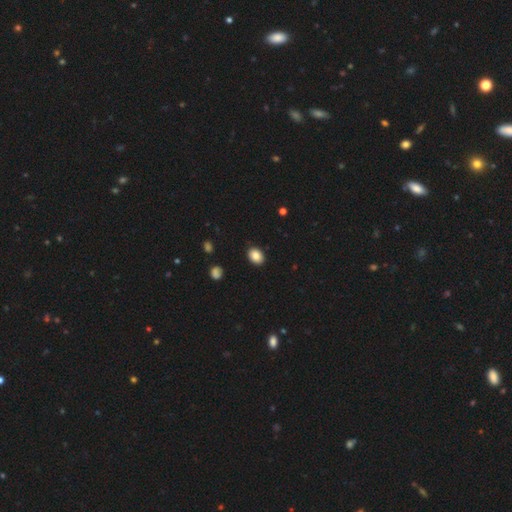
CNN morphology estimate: Smooth or featured? smooth (87%)
How rounded? in between (70%)
Merging? none (89%)